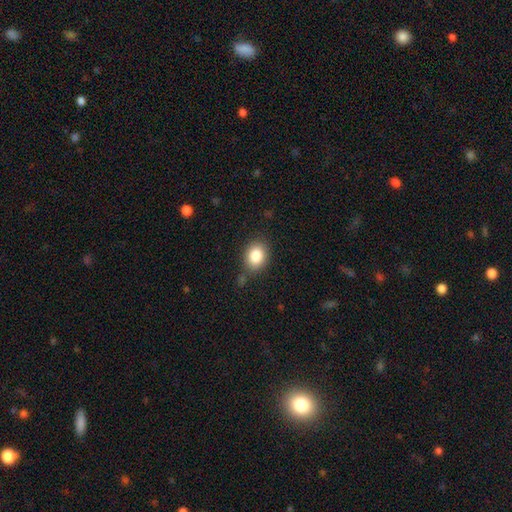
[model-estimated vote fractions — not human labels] smooth-or-featured: smooth: 84% | star or artifact: 9% | featured or disk: 7%
  how-rounded: in between: 54% | round: 46% | cigar-shaped: 1%
  merging: none: 77% | minor disturbance: 15% | major disturbance: 4% | merger: 4%